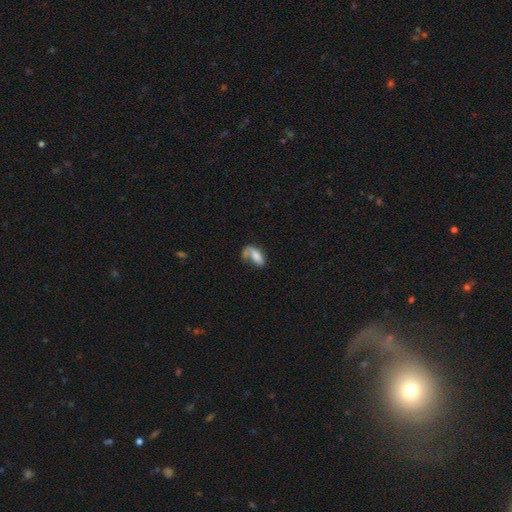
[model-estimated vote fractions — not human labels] smooth_or_featured: smooth (p=0.66) [alt: featured or disk p=0.26]
how_rounded: in between (p=0.79) [alt: cigar-shaped p=0.17]
merging: none (p=0.36) [alt: major disturbance p=0.29]